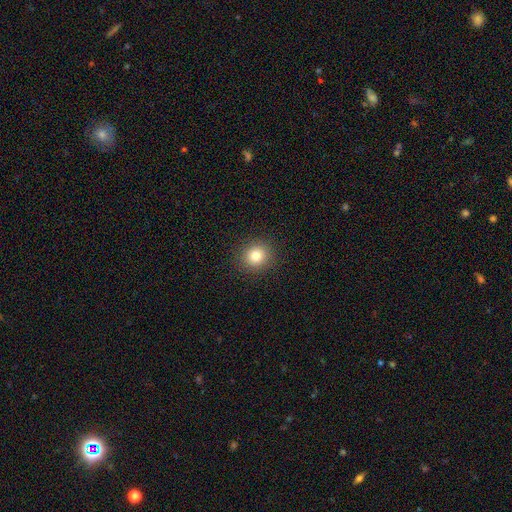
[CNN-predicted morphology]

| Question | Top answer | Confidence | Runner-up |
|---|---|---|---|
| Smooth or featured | smooth | 82% | star or artifact (12%) |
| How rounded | round | 88% | in between (11%) |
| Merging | none | 90% | minor disturbance (6%) |